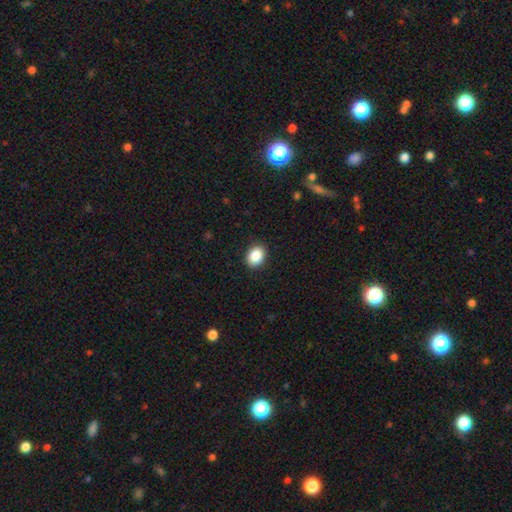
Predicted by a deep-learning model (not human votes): The model was most divided on "how rounded": in between: 58%, round: 41%, cigar-shaped: 1%. More confident: merging — none (90%); smooth or featured — smooth (87%).